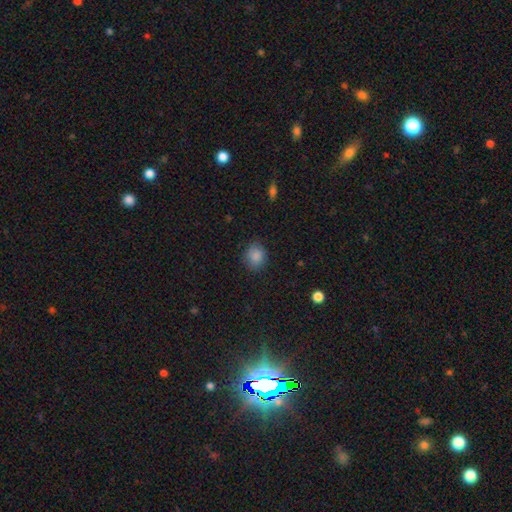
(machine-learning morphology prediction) Smooth or featured: smooth — 86% (star or artifact — 10%)
How rounded: round — 70% (in between — 29%)
Merging: none — 83% (minor disturbance — 12%)